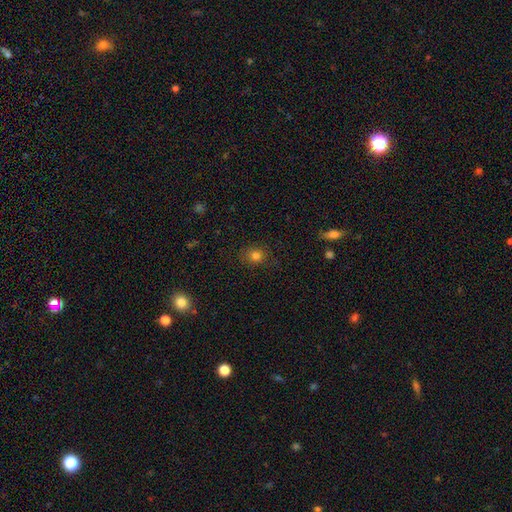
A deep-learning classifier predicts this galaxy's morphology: Overall: smooth (79%). How rounded: round (71%). Merging: none (83%).